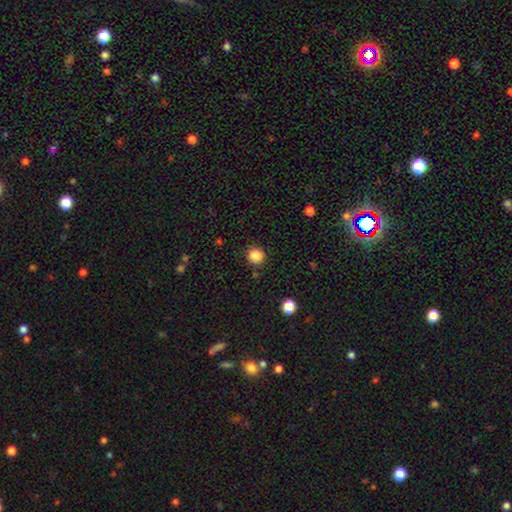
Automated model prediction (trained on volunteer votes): A smooth galaxy with no disk features (86%) that is round (91%). Merging: none (86%).